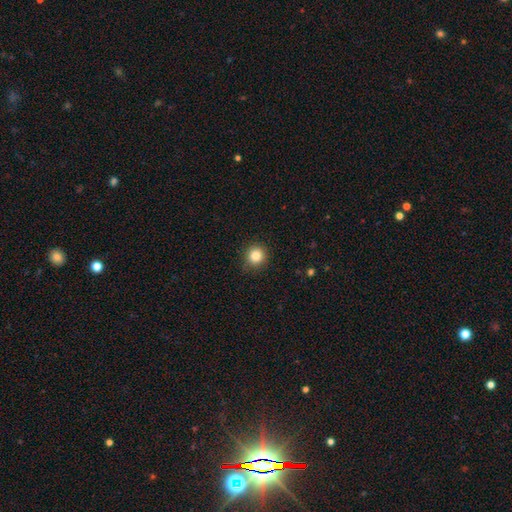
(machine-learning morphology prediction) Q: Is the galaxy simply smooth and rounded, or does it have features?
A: smooth — 85%.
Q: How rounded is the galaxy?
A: round — 93%.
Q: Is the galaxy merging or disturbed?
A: none — 88%.